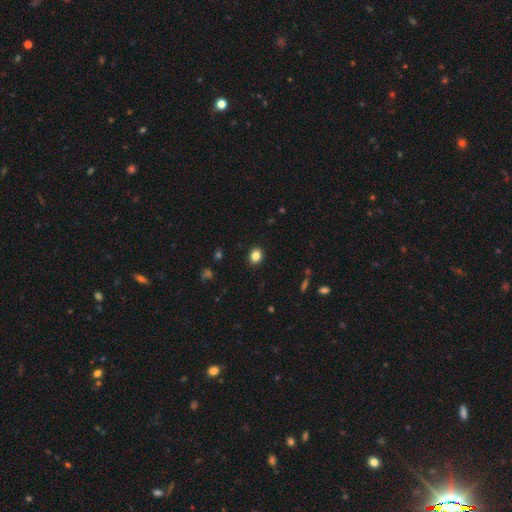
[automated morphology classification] smooth 84%, star or artifact 10%, featured or disk 5%. Down the decision tree: how rounded — round (50%); merging — none (90%).